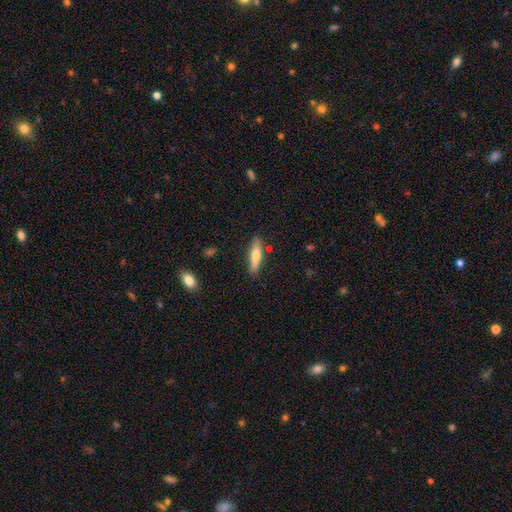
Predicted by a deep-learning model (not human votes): Smooth or featured?
  - smooth: 59% *
  - featured or disk: 35%
  - star or artifact: 6%
How rounded?
  - cigar-shaped: 73% *
  - in between: 25%
  - round: 2%
Merging?
  - none: 85% *
  - minor disturbance: 10%
  - merger: 3%
  - major disturbance: 2%